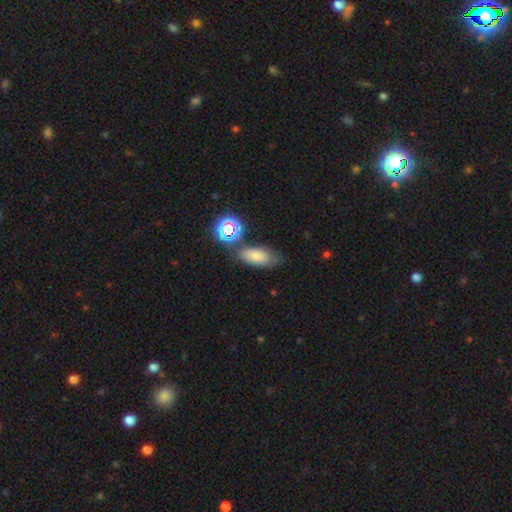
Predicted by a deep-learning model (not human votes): smooth 72%, star or artifact 17%, featured or disk 11%. Down the decision tree: how rounded — in between (84%); merging — none (64%).